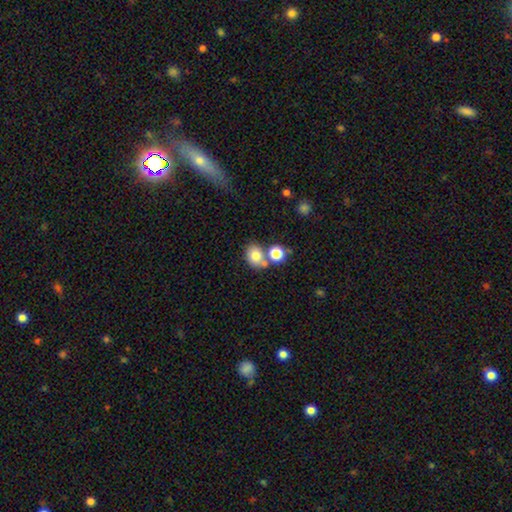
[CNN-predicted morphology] A smooth galaxy with no disk features (77%) that is round (59%). Merging: none (56%).